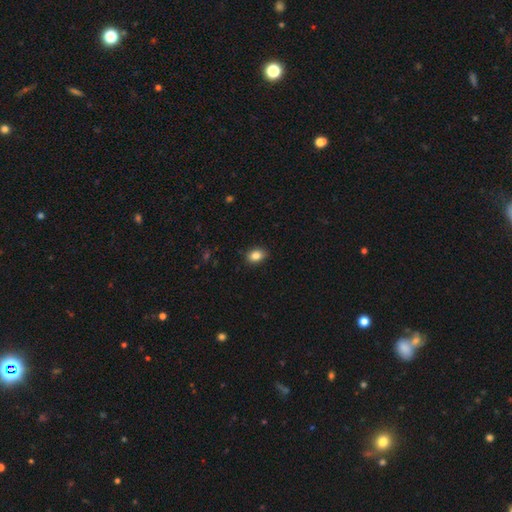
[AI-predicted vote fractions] This appears to be a smooth galaxy with no disk features (85%) that is in between round and cigar-shaped (73%). Merging: none (87%).